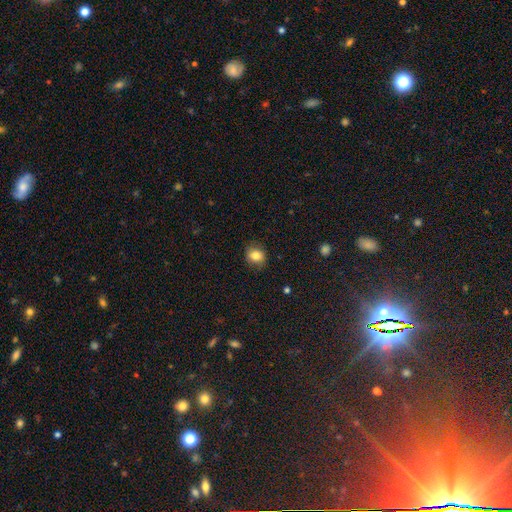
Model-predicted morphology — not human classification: smooth-or-featured: smooth: 82% | star or artifact: 10% | featured or disk: 8%
  how-rounded: round: 66% | in between: 33% | cigar-shaped: 1%
  merging: none: 82% | minor disturbance: 13% | major disturbance: 4% | merger: 1%